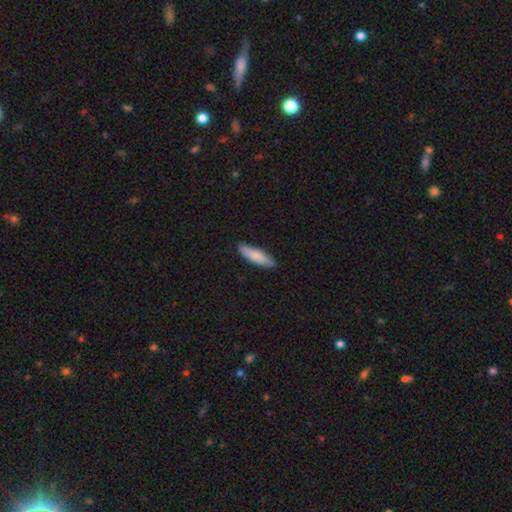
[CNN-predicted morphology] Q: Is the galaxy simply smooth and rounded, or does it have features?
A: smooth — 79%.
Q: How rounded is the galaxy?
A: cigar-shaped — 63%.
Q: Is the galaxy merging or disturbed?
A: none — 87%.